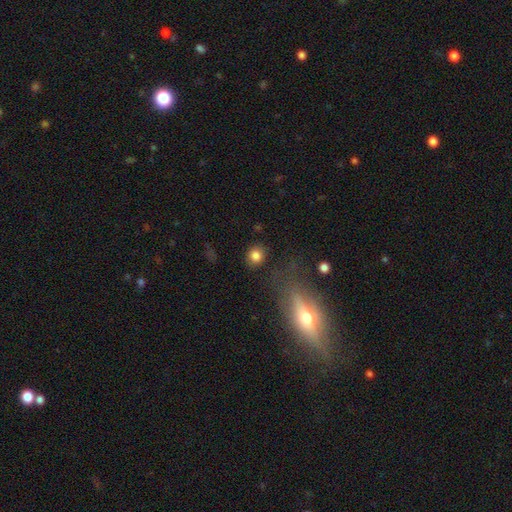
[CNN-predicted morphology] Smooth or featured?
  - smooth: 82% *
  - star or artifact: 11%
  - featured or disk: 7%
How rounded?
  - round: 78% *
  - in between: 21%
  - cigar-shaped: 1%
Merging?
  - none: 84% *
  - minor disturbance: 9%
  - major disturbance: 4%
  - merger: 4%